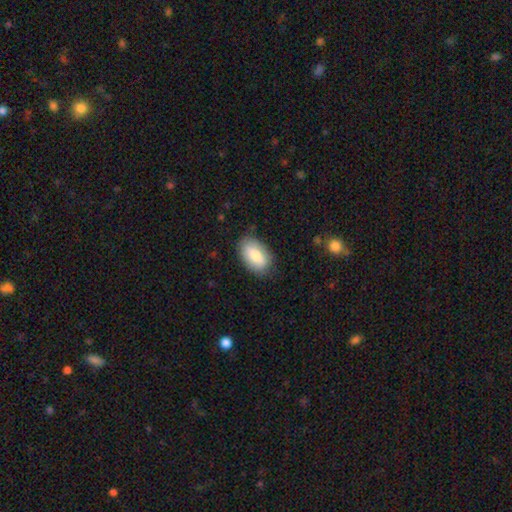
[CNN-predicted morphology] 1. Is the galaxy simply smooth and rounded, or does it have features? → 81% smooth, 13% featured or disk, 6% star or artifact.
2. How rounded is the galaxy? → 94% in between, 5% round, 2% cigar-shaped.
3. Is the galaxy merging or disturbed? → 81% none, 14% minor disturbance, 3% major disturbance, 1% merger.